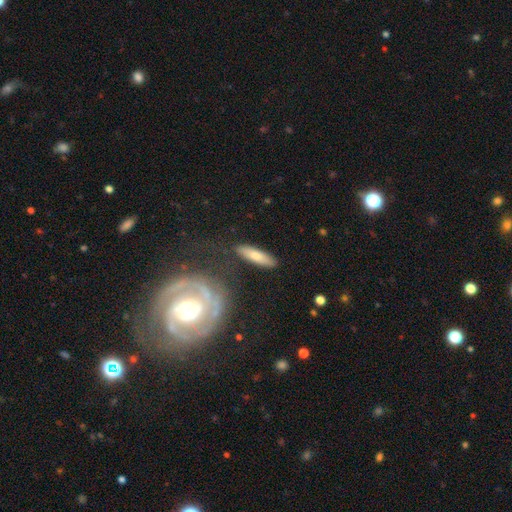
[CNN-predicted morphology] Smooth or featured? smooth (68%)
How rounded? cigar-shaped (69%)
Merging? none (83%)